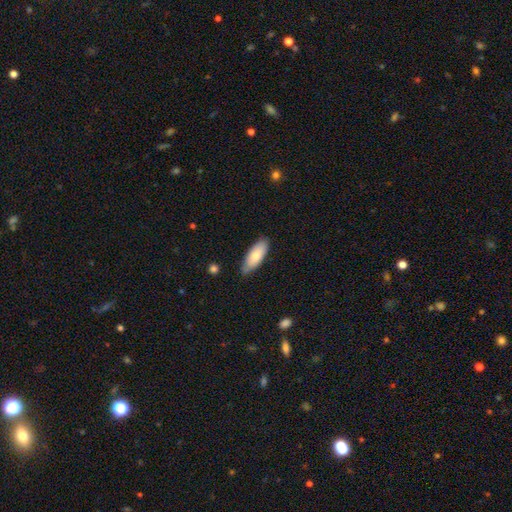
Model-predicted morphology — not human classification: type=smooth (76%); roundness=in between (75%); merging=none (78%).